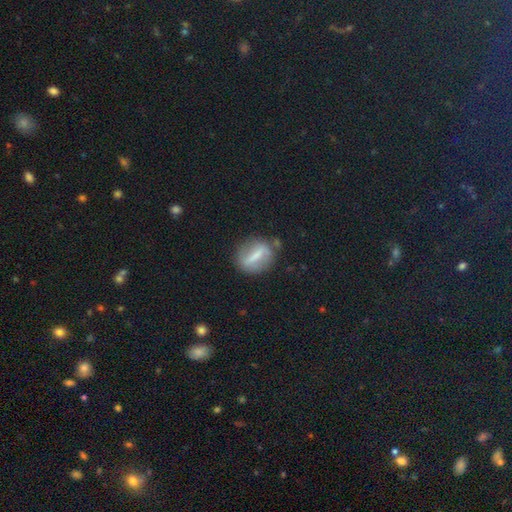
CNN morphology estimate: This is possibly a featured or disk galaxy (48%). Merging: likely none (73%).